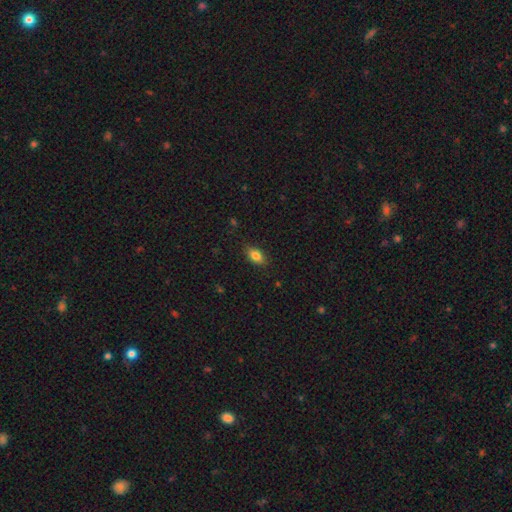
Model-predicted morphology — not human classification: Smooth or featured: smooth — 83% (star or artifact — 9%)
How rounded: in between — 86% (round — 9%)
Merging: none — 85% (minor disturbance — 11%)